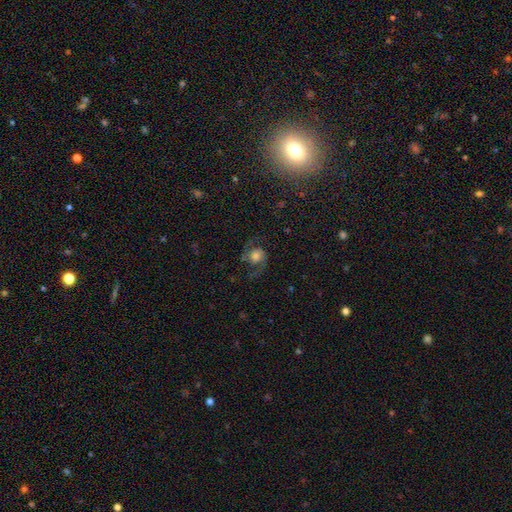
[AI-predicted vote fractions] Q: Smooth or featured?
A: featured or disk (68%); runner-up: smooth (22%)
Q: Edge-on disk?
A: no (97%); runner-up: yes (3%)
Q: Bar?
A: no (71%); runner-up: weak (24%)
Q: Spiral arms?
A: yes (93%); runner-up: no (7%)
Q: Spiral winding?
A: medium (47%); runner-up: loose (42%)
Q: Spiral arm count?
A: 2 (91%); runner-up: 1 (3%)
Q: Bulge size?
A: large (41%); runner-up: moderate (34%)
Q: Merging?
A: none (69%); runner-up: minor disturbance (16%)